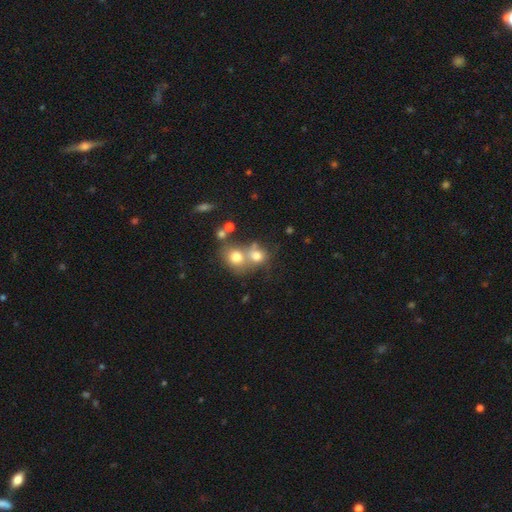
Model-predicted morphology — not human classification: smooth-or-featured: smooth: 71% | featured or disk: 14% | star or artifact: 14%
  how-rounded: round: 73% | in between: 26% | cigar-shaped: 1%
  merging: merger: 56% | none: 33% | minor disturbance: 7% | major disturbance: 4%